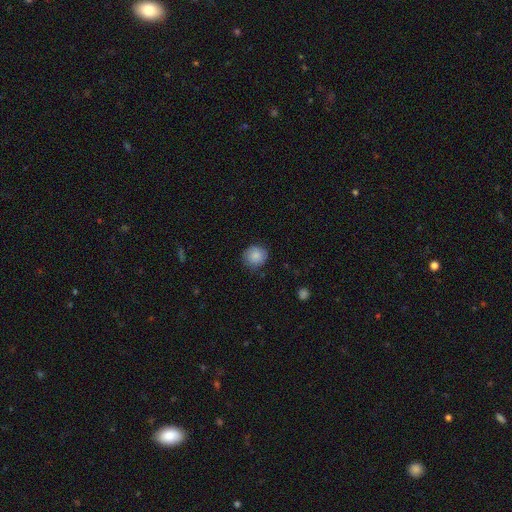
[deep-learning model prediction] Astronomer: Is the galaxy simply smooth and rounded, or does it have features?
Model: smooth — 86%.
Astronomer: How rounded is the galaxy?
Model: round — 89%.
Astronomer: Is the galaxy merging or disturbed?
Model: none — 85%.